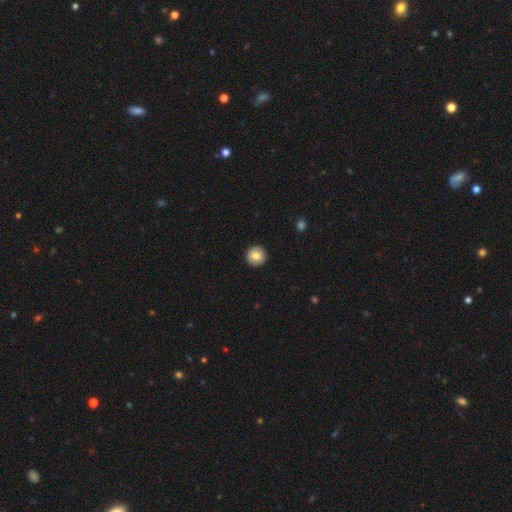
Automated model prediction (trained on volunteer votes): Overall: smooth (78%). How rounded: round (95%). Merging: none (92%).